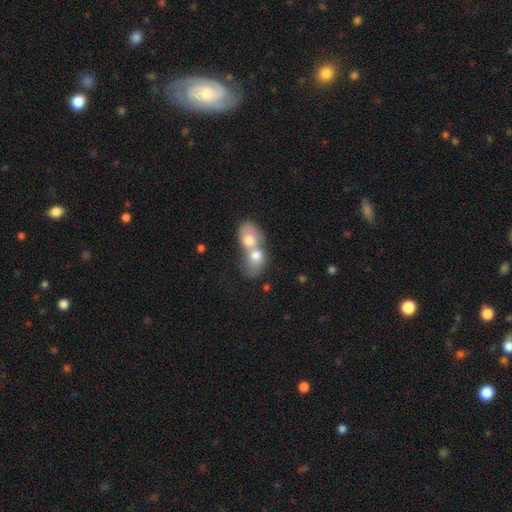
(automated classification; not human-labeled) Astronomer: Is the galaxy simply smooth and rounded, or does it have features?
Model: smooth — 67%.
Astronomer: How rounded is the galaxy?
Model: in between — 63%.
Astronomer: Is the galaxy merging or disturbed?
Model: merger — 84%.